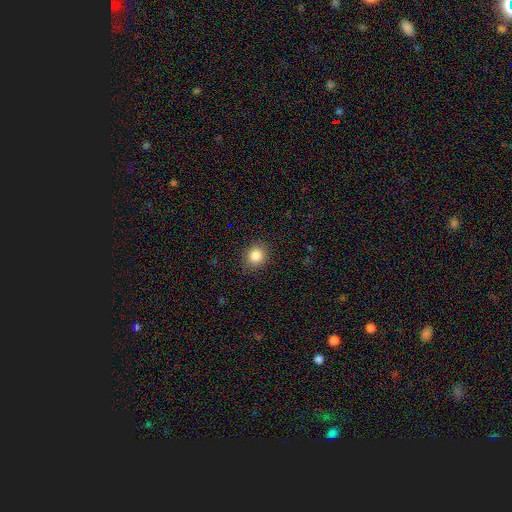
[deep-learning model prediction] smooth 86%, star or artifact 10%, featured or disk 4%. Down the decision tree: how rounded — round (75%); merging — none (88%).